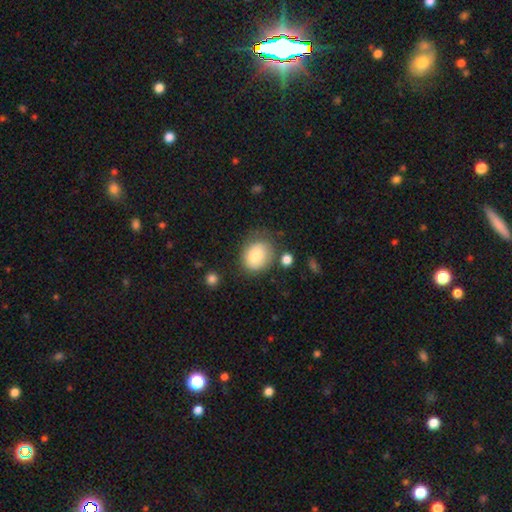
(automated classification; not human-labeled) Overall: smooth (77%). How rounded: round (57%; in between 42%). Merging: none (63%; minor disturbance 23%).